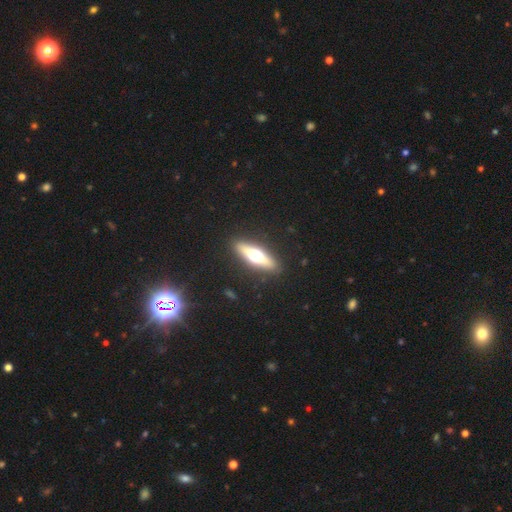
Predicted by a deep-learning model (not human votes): smooth-or-featured: featured or disk: 55% | smooth: 39% | star or artifact: 7%
  disk-edge-on: yes: 91% | no: 9%
  merging: none: 90% | minor disturbance: 7% | major disturbance: 2% | merger: 1%